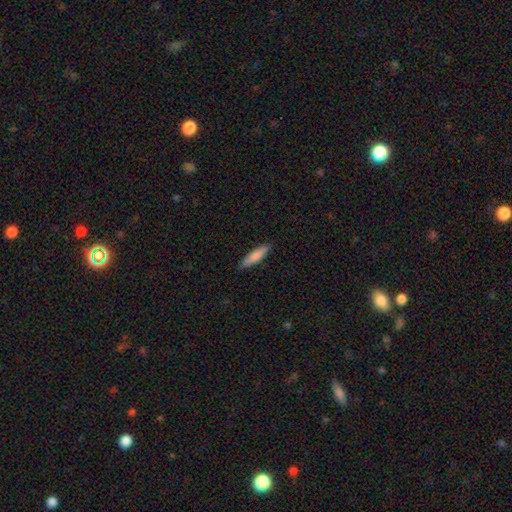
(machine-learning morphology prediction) Q: Smooth or featured?
A: smooth (81%); runner-up: featured or disk (14%)
Q: How rounded?
A: cigar-shaped (76%); runner-up: in between (22%)
Q: Merging?
A: none (89%); runner-up: minor disturbance (9%)